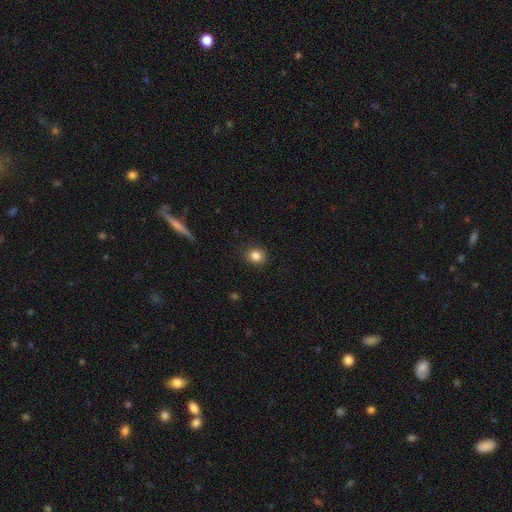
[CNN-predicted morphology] This is clearly a smooth galaxy (85%). How rounded: likely round (78%). Merging: clearly none (88%).